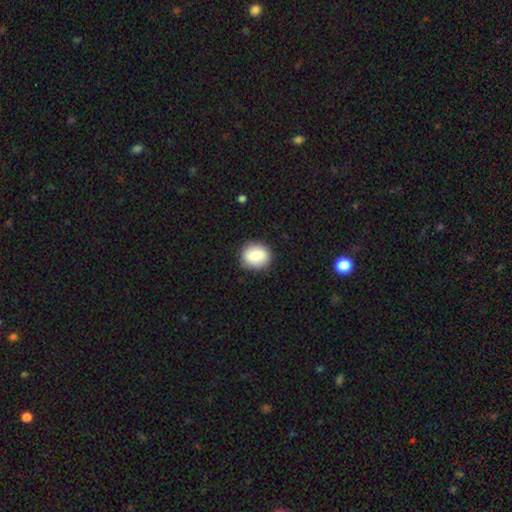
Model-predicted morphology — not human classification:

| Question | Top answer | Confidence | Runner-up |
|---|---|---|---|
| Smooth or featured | smooth | 84% | featured or disk (8%) |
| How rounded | round | 76% | in between (23%) |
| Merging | none | 87% | minor disturbance (10%) |